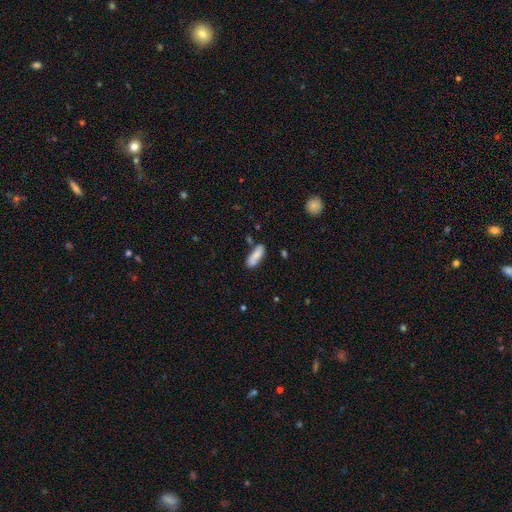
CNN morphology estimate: smooth_or_featured: smooth (p=0.82) [alt: featured or disk p=0.12]
how_rounded: in between (p=0.55) [alt: cigar-shaped p=0.43]
merging: none (p=0.70) [alt: minor disturbance p=0.17]